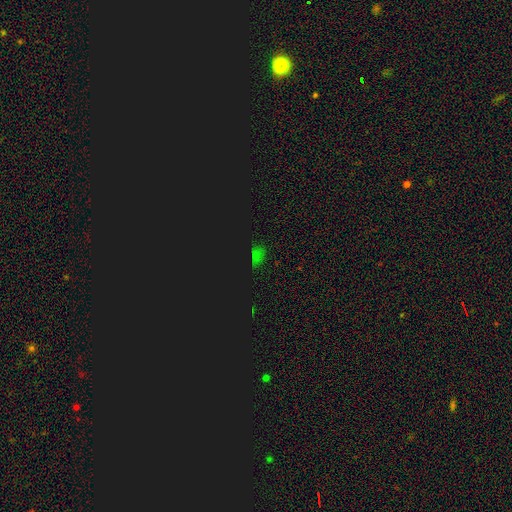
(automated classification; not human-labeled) Smooth or featured? star or artifact (64%)